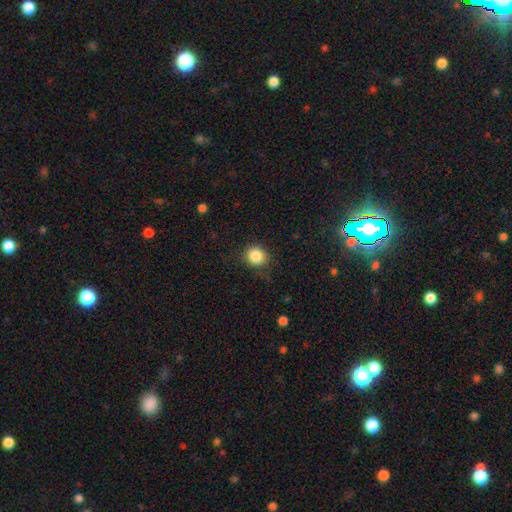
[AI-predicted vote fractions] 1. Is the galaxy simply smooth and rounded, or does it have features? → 85% smooth, 10% star or artifact, 5% featured or disk.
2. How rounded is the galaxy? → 86% round, 13% in between, 1% cigar-shaped.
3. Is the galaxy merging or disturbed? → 80% none, 14% minor disturbance, 4% major disturbance, 1% merger.